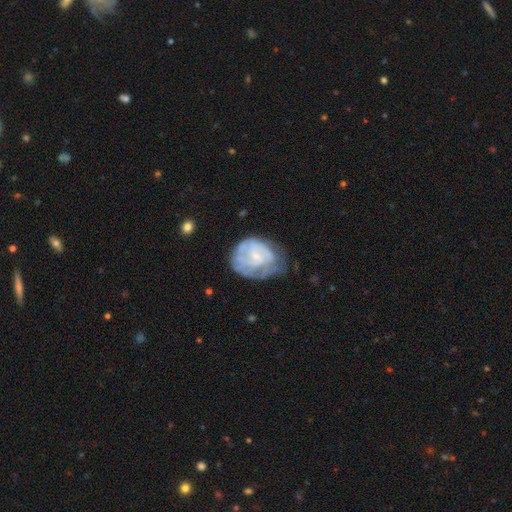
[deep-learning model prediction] Smooth or featured? Predicted: featured or disk (p=0.65). Edge-on disk? Predicted: no (p=0.98). Bar? Predicted: no (p=0.68). Spiral arms? Predicted: yes (p=0.67). Bulge size? Predicted: small (p=0.68). Merging? Predicted: none (p=0.45).